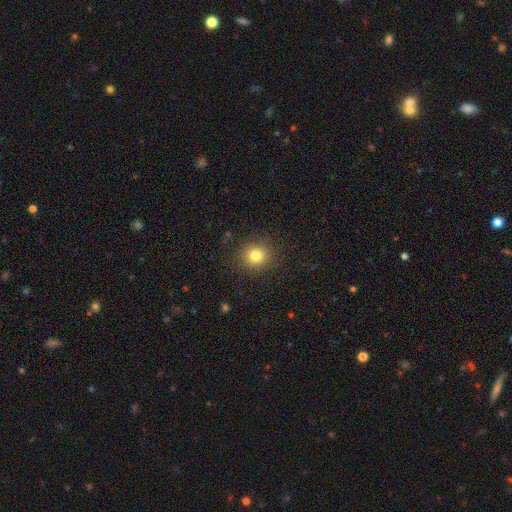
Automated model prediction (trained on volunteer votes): A smooth galaxy with no disk features (81%) that is round (85%).

Vote fractions:
- Smooth or featured? smooth: 81% / star or artifact: 13% / featured or disk: 7%
- How rounded? round: 85% / in between: 14% / cigar-shaped: 1%
- Merging? none: 89% / minor disturbance: 7% / major disturbance: 3% / merger: 1%